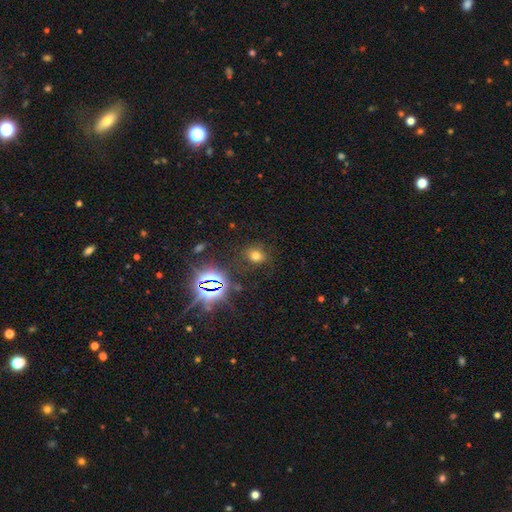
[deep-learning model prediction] Q: Smooth or featured?
A: smooth (63%); runner-up: star or artifact (28%)
Q: How rounded?
A: round (60%); runner-up: in between (39%)
Q: Merging?
A: none (80%); runner-up: minor disturbance (12%)